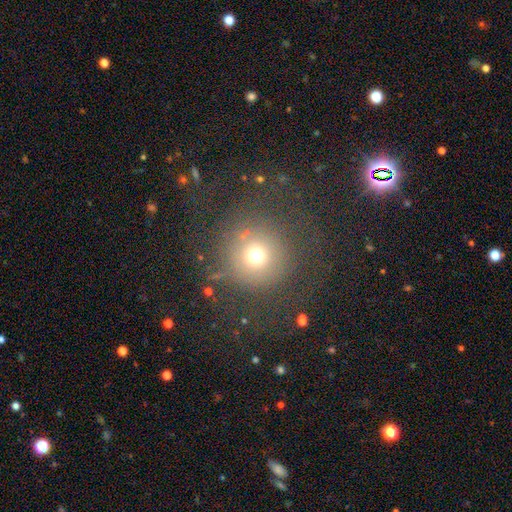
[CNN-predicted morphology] smooth 68%, star or artifact 20%, featured or disk 12%. Down the decision tree: how rounded — round (94%); merging — none (74%).